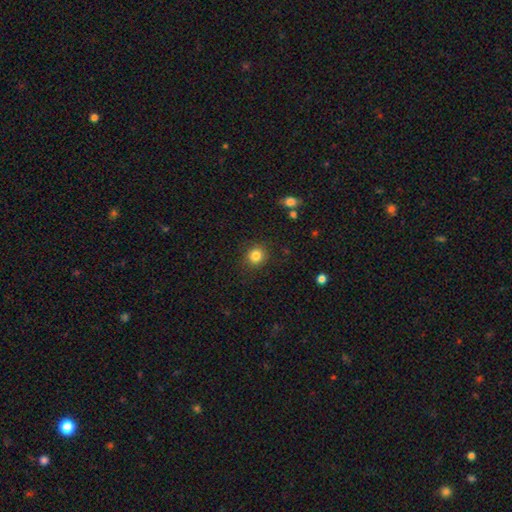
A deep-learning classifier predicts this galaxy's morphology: This is clearly a smooth galaxy (84%). How rounded: clearly round (88%). Merging: clearly none (88%).